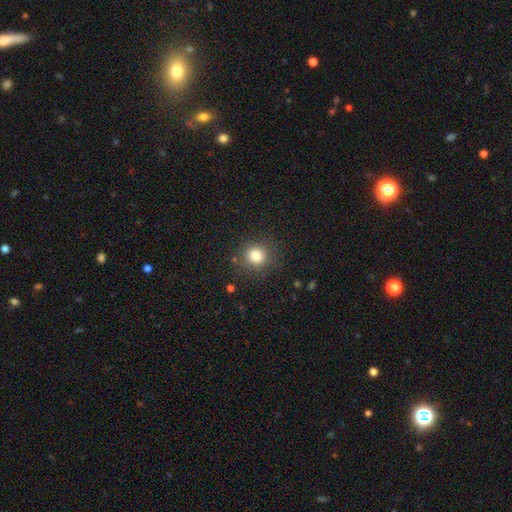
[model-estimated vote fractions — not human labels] This appears to be a smooth galaxy with no disk features (81%) that is round (85%). Merging: none (85%).